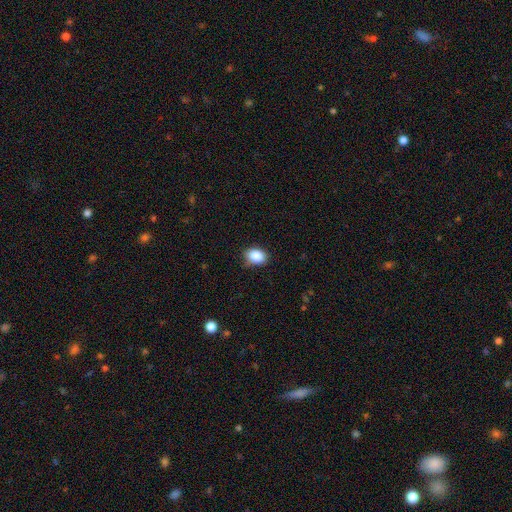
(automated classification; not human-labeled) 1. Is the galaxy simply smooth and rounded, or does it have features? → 87% smooth, 9% star or artifact, 4% featured or disk.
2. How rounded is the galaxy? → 67% in between, 32% round, 1% cigar-shaped.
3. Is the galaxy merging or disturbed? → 78% none, 18% minor disturbance, 3% major disturbance, 1% merger.